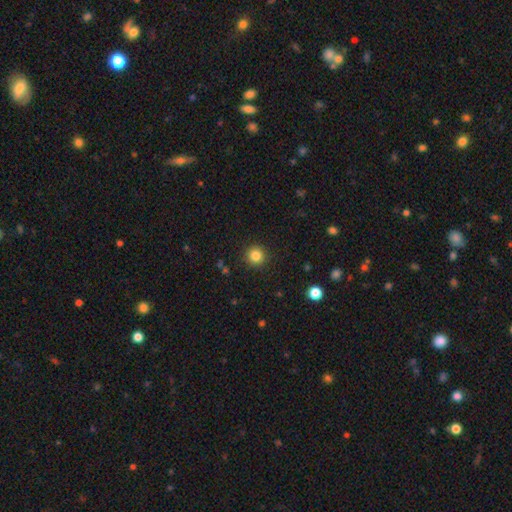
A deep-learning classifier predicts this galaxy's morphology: Q: Smooth or featured?
A: smooth (84%); runner-up: star or artifact (12%)
Q: How rounded?
A: round (95%); runner-up: in between (4%)
Q: Merging?
A: none (91%); runner-up: minor disturbance (5%)